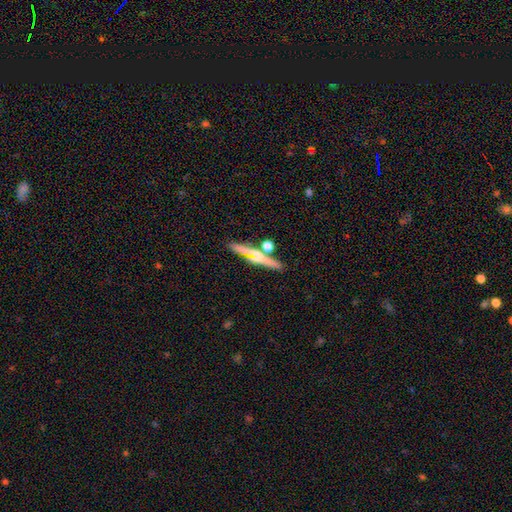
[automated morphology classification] The model was most divided on "smooth or featured": featured or disk: 54%, smooth: 37%, star or artifact: 9%. More confident: edge-on disk — yes (94%); merging — none (76%); edge-on bulge — rounded (75%).